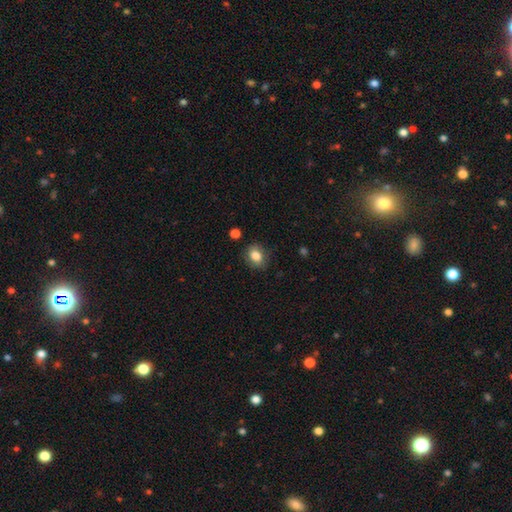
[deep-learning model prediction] Overall: smooth (82%). How rounded: in between (54%; round 45%). Merging: none (81%).